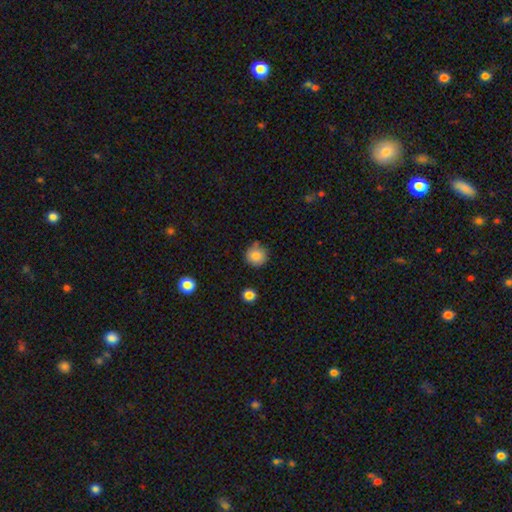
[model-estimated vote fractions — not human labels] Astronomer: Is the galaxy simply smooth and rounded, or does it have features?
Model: smooth — 85%.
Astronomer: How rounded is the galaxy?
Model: round — 93%.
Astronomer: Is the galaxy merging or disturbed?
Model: none — 76%.